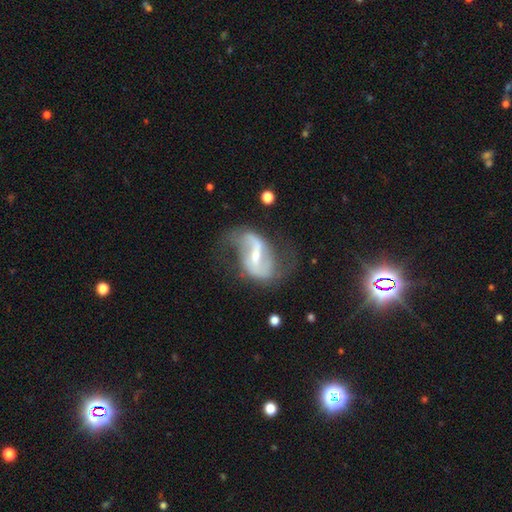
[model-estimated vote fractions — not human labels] A featured or disk galaxy (86%) with a strong bar (49%), 2 (86%) loose (64%) spiral arms (91%) and a small central bulge (49%).

Vote fractions:
- Smooth or featured? featured or disk: 86% / smooth: 8% / star or artifact: 6%
- Edge-on disk? no: 96% / yes: 4%
- Bar? strong: 49% / weak: 38% / no: 13%
- Spiral arms? yes: 91% / no: 9%
- Spiral winding? loose: 64% / medium: 28% / tight: 8%
- Spiral arm count? 2: 86% / 1: 6% / can't tell: 5% / 3: 1% / 4: 1% / more than 4: 1%
- Bulge size? small: 49% / moderate: 46% / large: 3% / none: 2% / dominant: 1%
- Merging? none: 56% / minor disturbance: 22% / major disturbance: 19% / merger: 3%